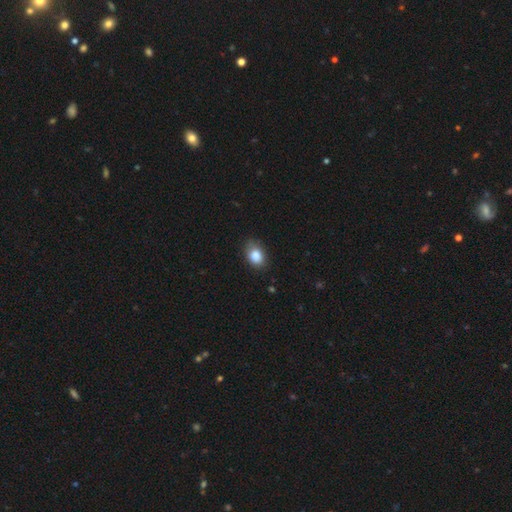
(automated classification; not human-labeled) A smooth galaxy with no disk features (86%) that is in between round and cigar-shaped (76%). Merging: none (71%).